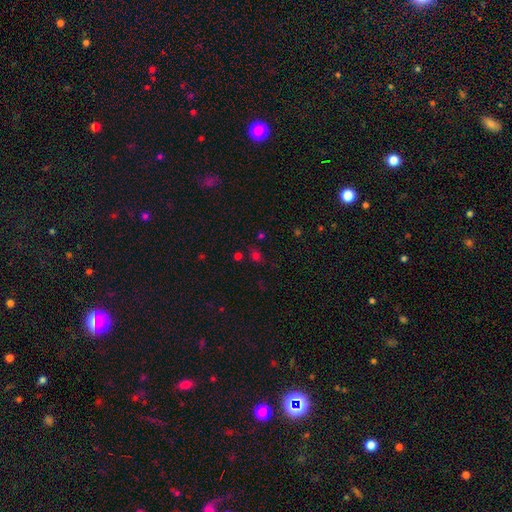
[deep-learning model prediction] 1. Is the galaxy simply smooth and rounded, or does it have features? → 59% smooth, 34% star or artifact, 7% featured or disk.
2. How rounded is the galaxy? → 51% in between, 47% round, 2% cigar-shaped.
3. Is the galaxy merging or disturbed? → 73% none, 15% minor disturbance, 6% merger, 6% major disturbance.